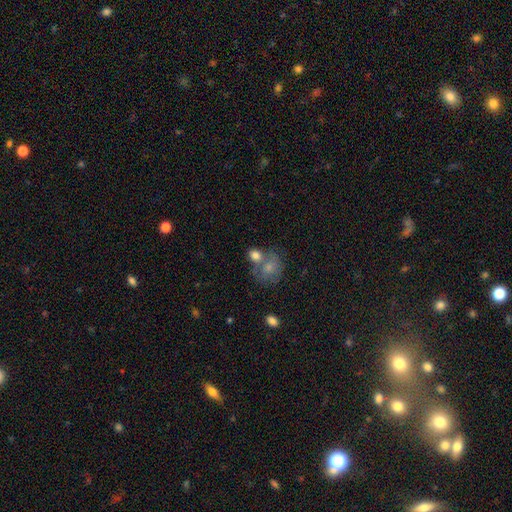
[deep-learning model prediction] This is likely a smooth galaxy (76%). How rounded: possibly round (57%). Merging: possibly merger (46%).